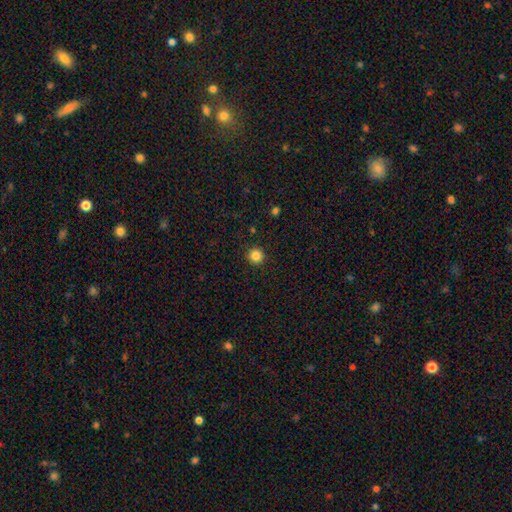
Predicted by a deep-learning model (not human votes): A smooth galaxy with no disk features (84%) that is round (95%).

Vote fractions:
- Smooth or featured? smooth: 84% / star or artifact: 12% / featured or disk: 4%
- How rounded? round: 95% / in between: 4% / cigar-shaped: 1%
- Merging? none: 92% / minor disturbance: 5% / major disturbance: 2% / merger: 1%